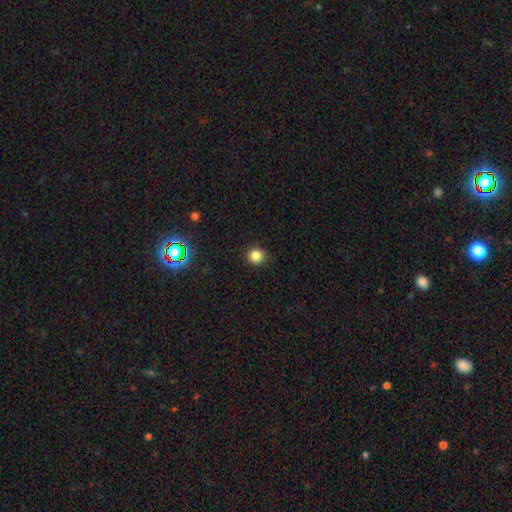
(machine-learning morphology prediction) smooth-or-featured: smooth: 83% | star or artifact: 13% | featured or disk: 4%
  how-rounded: round: 93% | in between: 6% | cigar-shaped: 1%
  merging: none: 90% | minor disturbance: 7% | major disturbance: 2% | merger: 1%